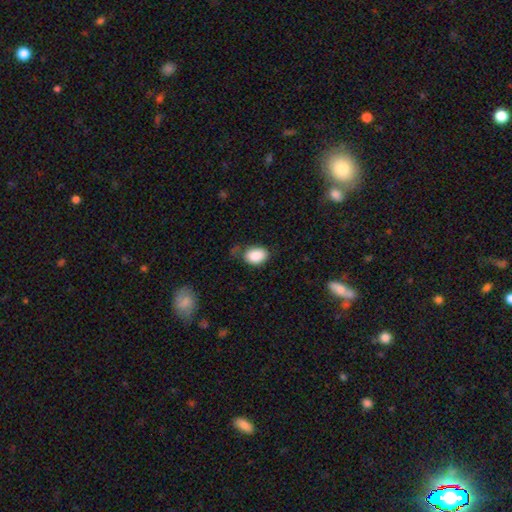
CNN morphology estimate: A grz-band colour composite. It shows a smooth galaxy with no disk features (87%) that is in between round and cigar-shaped (79%). Merging: none (64%).